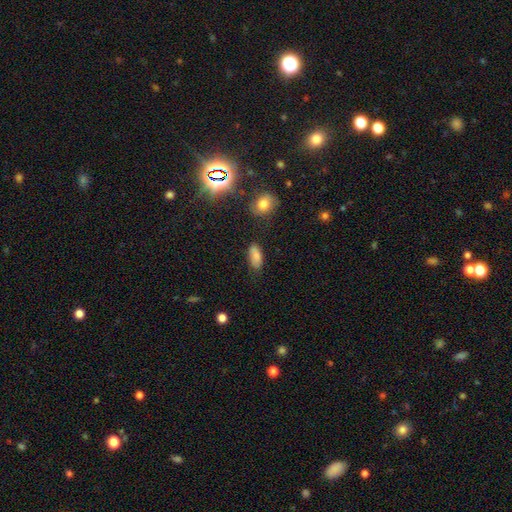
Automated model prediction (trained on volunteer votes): Smooth or featured? Predicted: smooth (p=0.82). How rounded? Predicted: in between (p=0.86). Merging? Predicted: none (p=0.78).